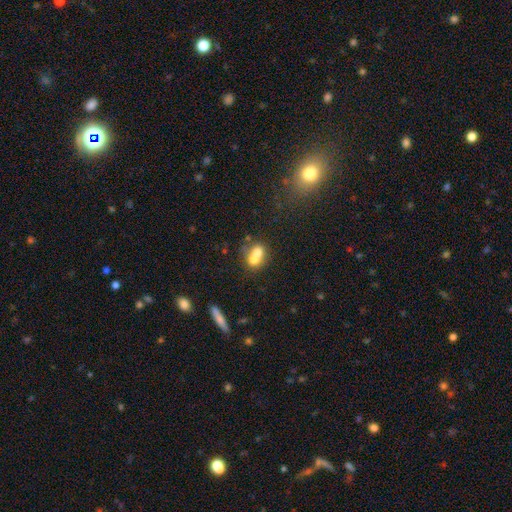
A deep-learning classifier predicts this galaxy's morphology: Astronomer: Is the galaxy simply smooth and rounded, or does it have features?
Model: smooth — 65%.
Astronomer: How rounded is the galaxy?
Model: round — 61% (runner-up: in between, 37%).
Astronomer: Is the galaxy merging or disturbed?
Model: merger — 68%.